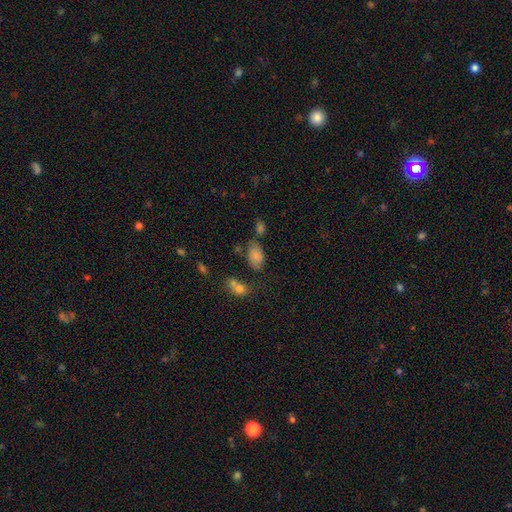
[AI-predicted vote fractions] This appears to be a smooth galaxy with no disk features (81%) that is in between round and cigar-shaped (91%). Merging: none (55%).